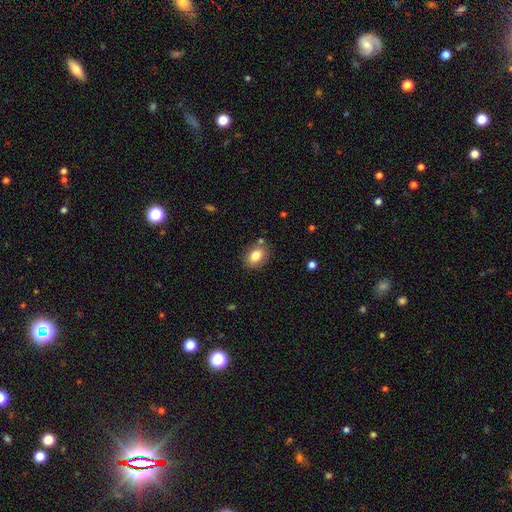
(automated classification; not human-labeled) A smooth galaxy with no disk features (81%) that is in between round and cigar-shaped (72%). Merging: none (80%).